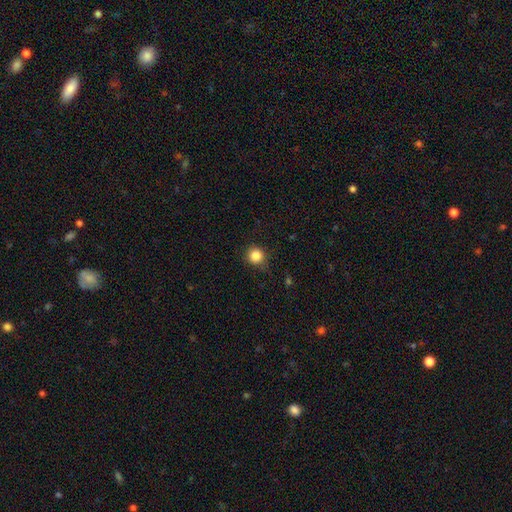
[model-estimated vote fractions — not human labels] Smooth or featured? Predicted: smooth (p=0.85). How rounded? Predicted: round (p=0.92). Merging? Predicted: none (p=0.82).